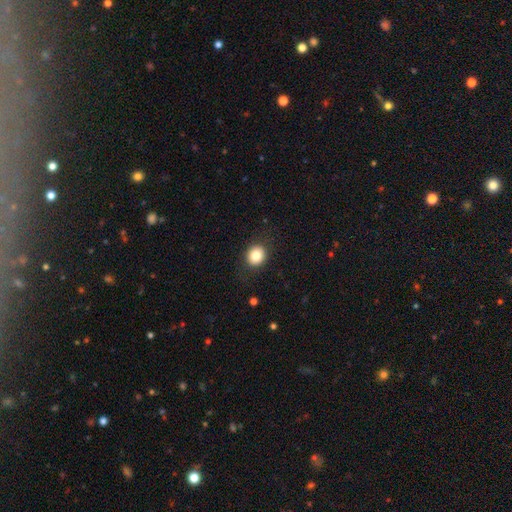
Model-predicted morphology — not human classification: smooth_or_featured: smooth (p=0.83) [alt: star or artifact p=0.10]
how_rounded: round (p=0.74) [alt: in between p=0.25]
merging: none (p=0.86) [alt: minor disturbance p=0.10]